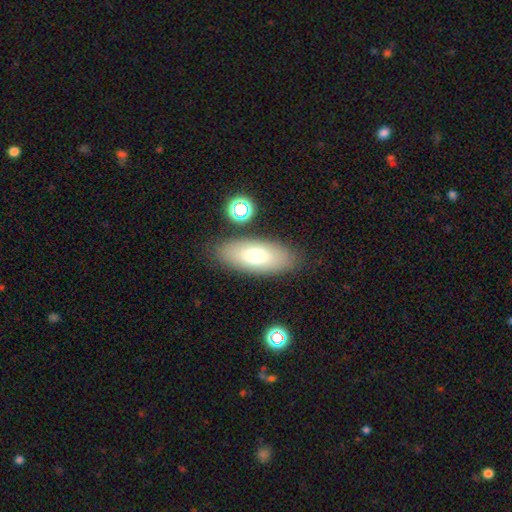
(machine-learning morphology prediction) smooth 72%, featured or disk 20%, star or artifact 8%. Down the decision tree: how rounded — in between (82%); merging — none (83%).